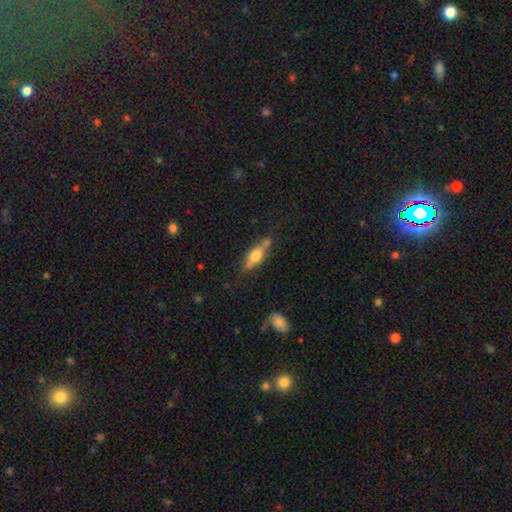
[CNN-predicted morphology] A smooth galaxy with no disk features (54%) that is in between round and cigar-shaped (54%). Merging: none (65%).